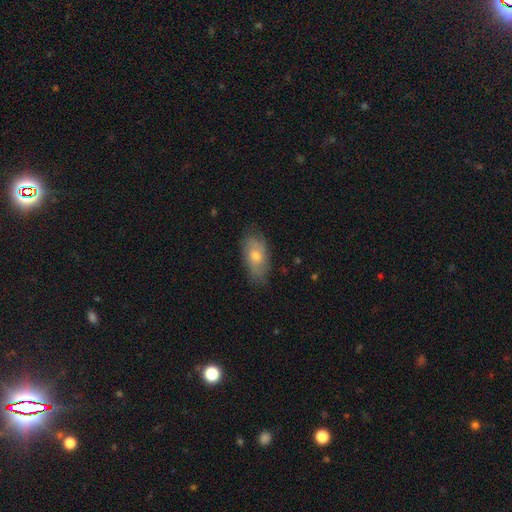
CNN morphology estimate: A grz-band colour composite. It shows a smooth galaxy with no disk features (59%) that is in between round and cigar-shaped (87%). Merging: none (74%).